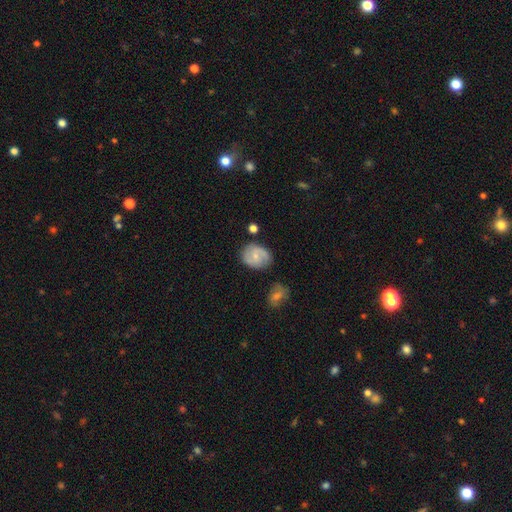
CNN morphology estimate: Smooth or featured?
  - featured or disk: 58% *
  - smooth: 35%
  - star or artifact: 7%
Edge-on disk?
  - no: 97% *
  - yes: 3%
Bar?
  - no: 55% *
  - weak: 39%
  - strong: 6%
Spiral arms?
  - yes: 87% *
  - no: 13%
Bulge size?
  - small: 66% *
  - moderate: 26%
  - none: 5%
  - large: 1%
  - dominant: 1%
Merging?
  - none: 69% *
  - minor disturbance: 20%
  - merger: 6%
  - major disturbance: 5%